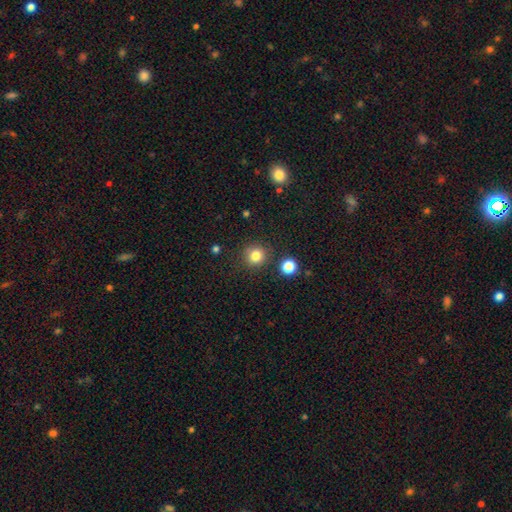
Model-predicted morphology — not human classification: The model was most divided on "smooth or featured": smooth: 81%, star or artifact: 13%, featured or disk: 6%. More confident: how rounded — round (92%); merging — none (87%).